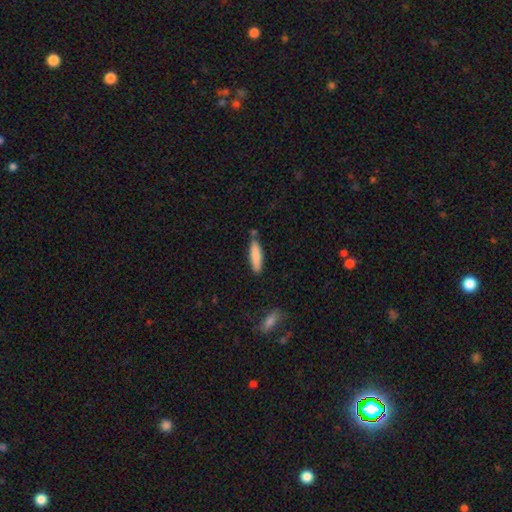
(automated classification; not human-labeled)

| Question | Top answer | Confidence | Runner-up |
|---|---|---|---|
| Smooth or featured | smooth | 83% | featured or disk (11%) |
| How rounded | cigar-shaped | 73% | in between (26%) |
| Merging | none | 77% | minor disturbance (15%) |